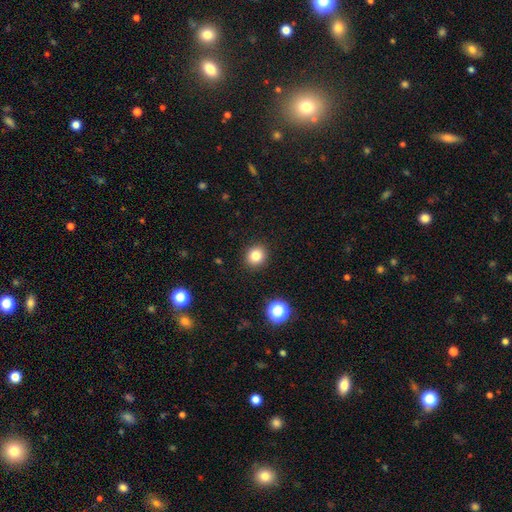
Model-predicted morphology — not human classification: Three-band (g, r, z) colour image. It shows a smooth galaxy with no disk features (81%) that is round (83%). Merging: none (91%).